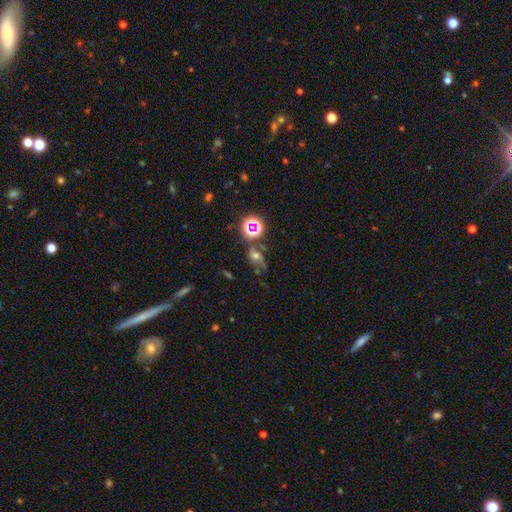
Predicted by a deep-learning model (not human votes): smooth-or-featured: star or artifact: 46% | smooth: 30% | featured or disk: 23%